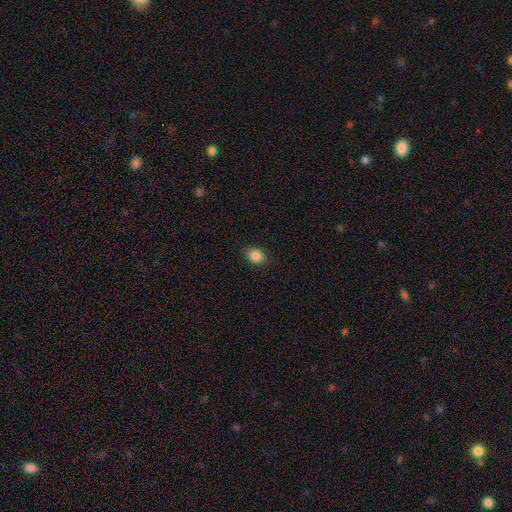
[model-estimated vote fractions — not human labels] This appears to be a smooth galaxy with no disk features (86%) that is in between round and cigar-shaped (50%). Merging: none (85%).